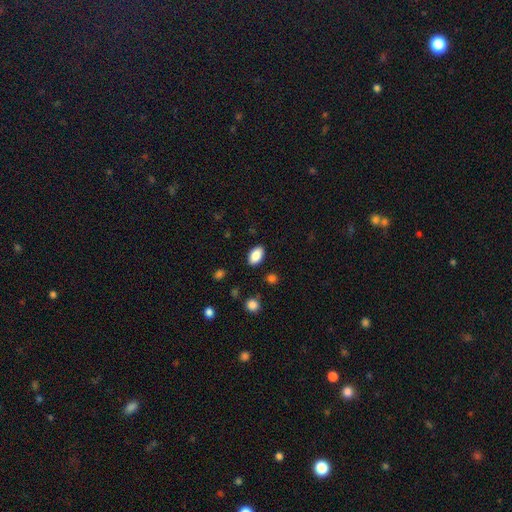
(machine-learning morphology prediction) A smooth galaxy with no disk features (87%) that is in between round and cigar-shaped (92%). Merging: none (87%).